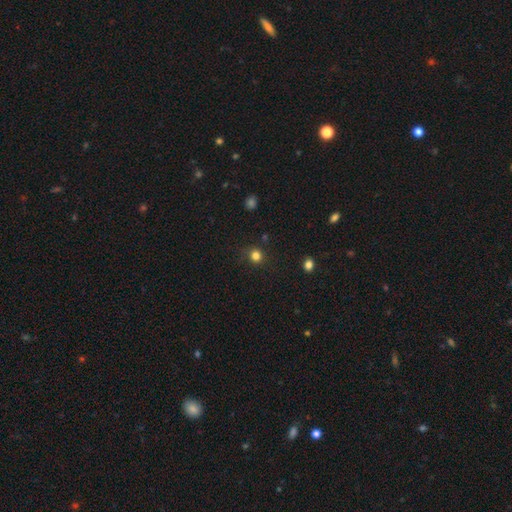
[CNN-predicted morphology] smooth_or_featured: smooth (p=0.81) [alt: star or artifact p=0.15]
how_rounded: round (p=0.91) [alt: in between p=0.08]
merging: none (p=0.84) [alt: minor disturbance p=0.11]